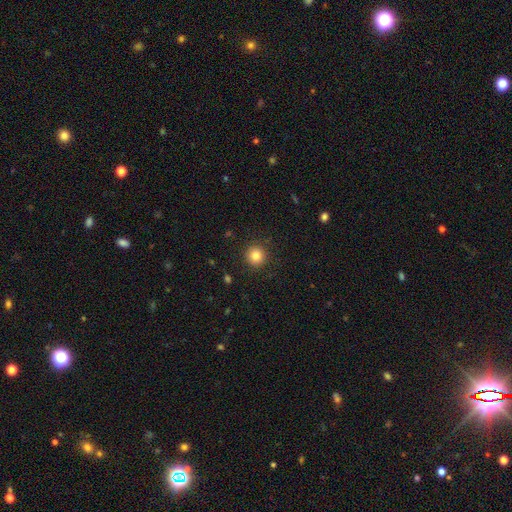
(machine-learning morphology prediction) Smooth or featured: smooth — 83% (star or artifact — 11%)
How rounded: round — 94% (in between — 5%)
Merging: none — 91% (minor disturbance — 6%)